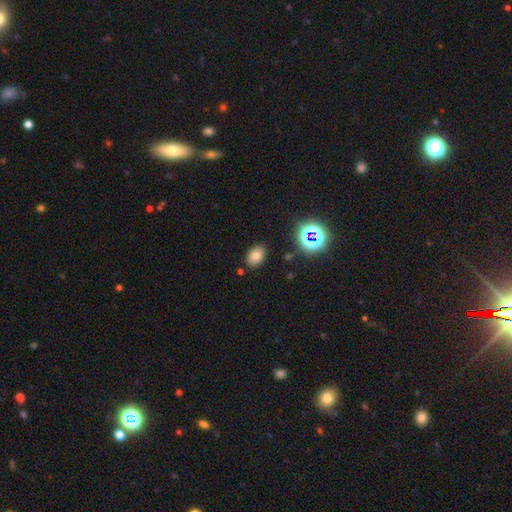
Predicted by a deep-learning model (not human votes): A smooth galaxy with no disk features (74%) that is in between round and cigar-shaped (82%).

Vote fractions:
- Smooth or featured? smooth: 74% / star or artifact: 16% / featured or disk: 9%
- How rounded? in between: 82% / round: 16% / cigar-shaped: 1%
- Merging? none: 85% / minor disturbance: 10% / major disturbance: 3% / merger: 2%